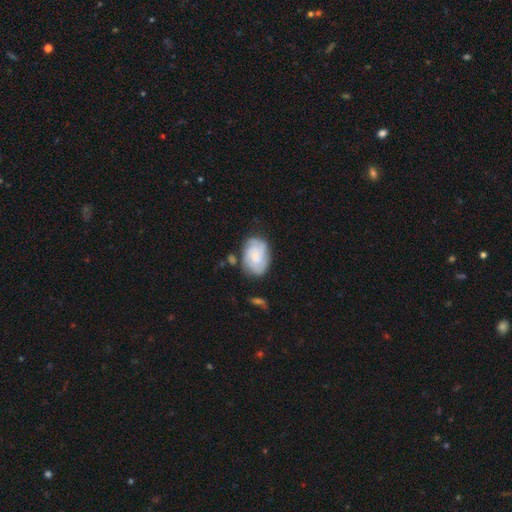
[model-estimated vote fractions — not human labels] This is possibly a featured or disk galaxy (56%). It is clearly not viewed edge-on (97%). Bar: likely no (71%). Spiral arm pattern: clearly yes (88%). Central bulge: possibly small (53%). Merging: likely none (66%).